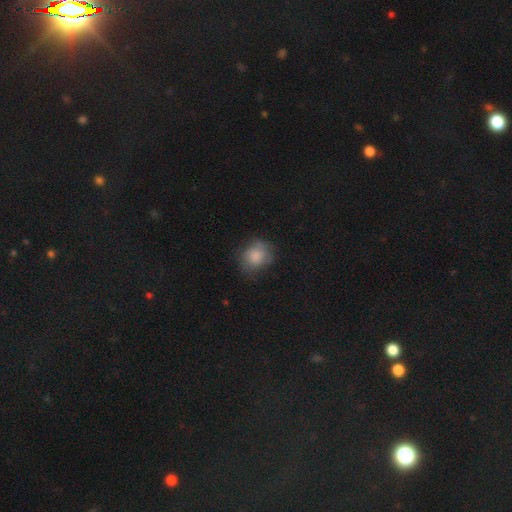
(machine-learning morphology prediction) type=smooth (79%); roundness=round (68%); merging=none (62%).